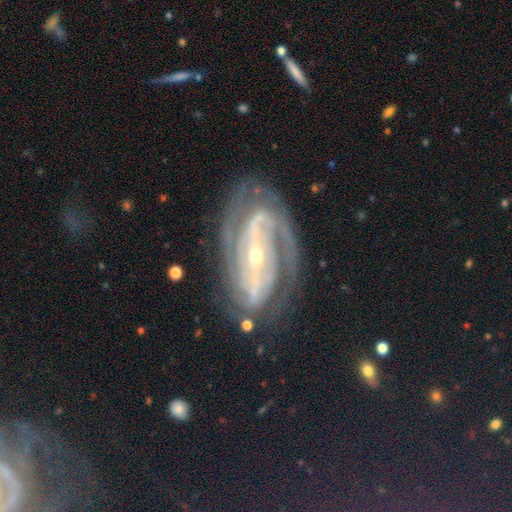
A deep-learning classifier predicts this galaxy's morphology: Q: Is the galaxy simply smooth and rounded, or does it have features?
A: featured or disk — 90%.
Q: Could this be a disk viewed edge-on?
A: no — 95%.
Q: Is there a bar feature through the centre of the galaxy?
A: strong — 44%.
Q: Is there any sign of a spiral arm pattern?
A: yes — 97%.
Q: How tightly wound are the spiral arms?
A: tight — 59%.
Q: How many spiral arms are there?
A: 2 — 41%.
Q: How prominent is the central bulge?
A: small — 73%.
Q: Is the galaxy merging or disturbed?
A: none — 71%.